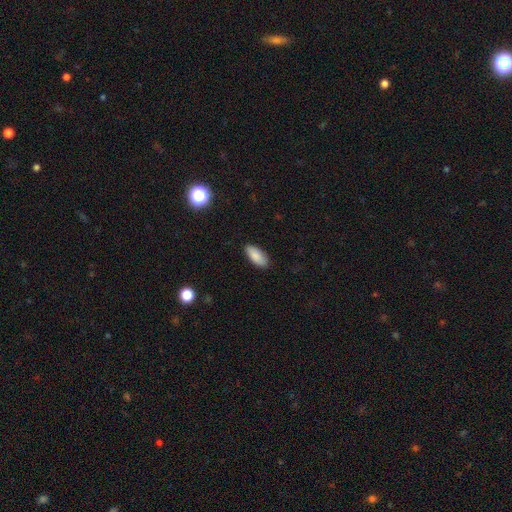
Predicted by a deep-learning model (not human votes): A smooth galaxy with no disk features (87%) that is in between round and cigar-shaped (88%).

Vote fractions:
- Smooth or featured? smooth: 87% / star or artifact: 7% / featured or disk: 6%
- How rounded? in between: 88% / cigar-shaped: 10% / round: 2%
- Merging? none: 87% / minor disturbance: 10% / major disturbance: 2% / merger: 1%